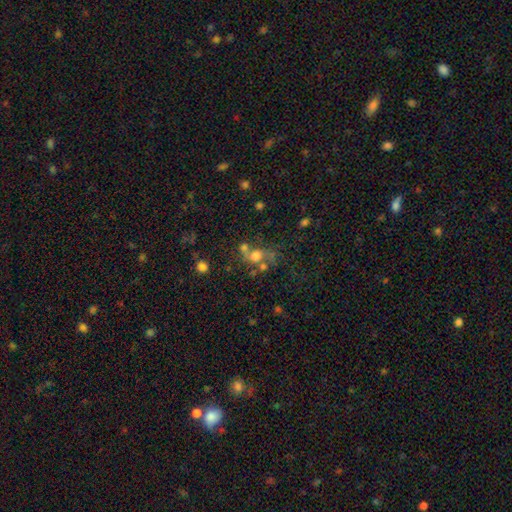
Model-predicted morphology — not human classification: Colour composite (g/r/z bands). It shows a smooth galaxy with no disk features (54%) that is round (69%). Merging: none (40%).